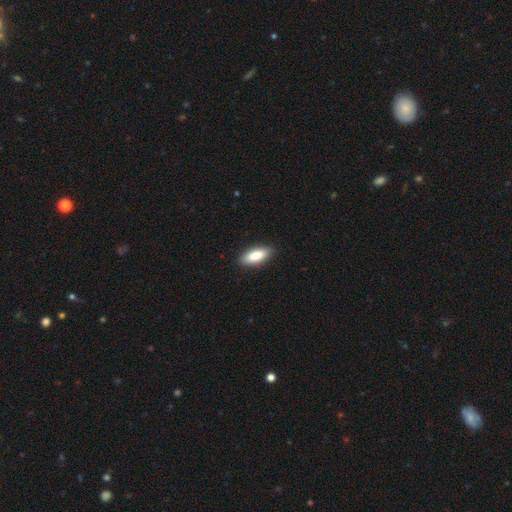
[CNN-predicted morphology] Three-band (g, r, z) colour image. It shows a smooth galaxy with no disk features (83%) that is in between round and cigar-shaped (79%). Merging: none (88%).